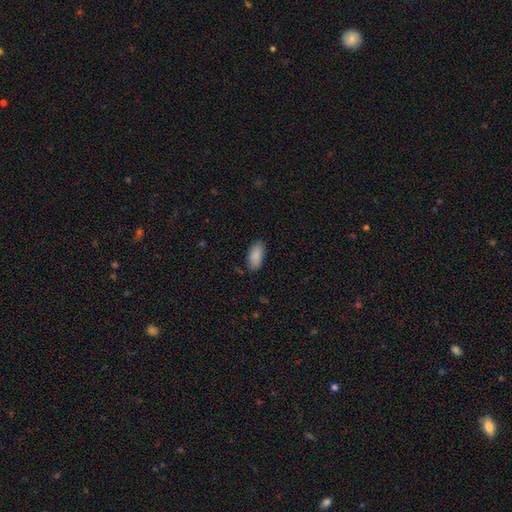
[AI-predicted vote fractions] Overall: smooth (89%). How rounded: in between (92%). Merging: none (84%).